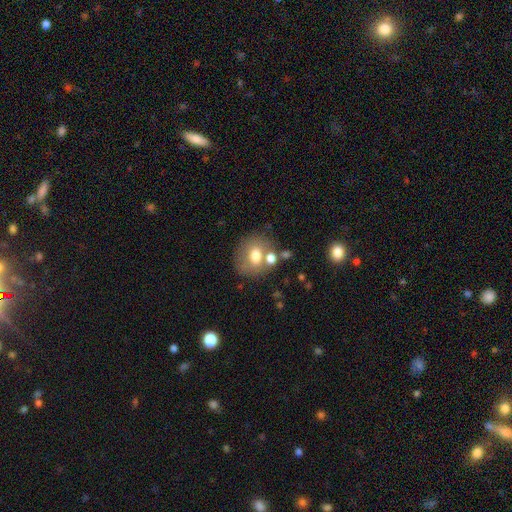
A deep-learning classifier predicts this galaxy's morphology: This appears to be a smooth galaxy with no disk features (69%) that is round (63%). Merging: none (63%).